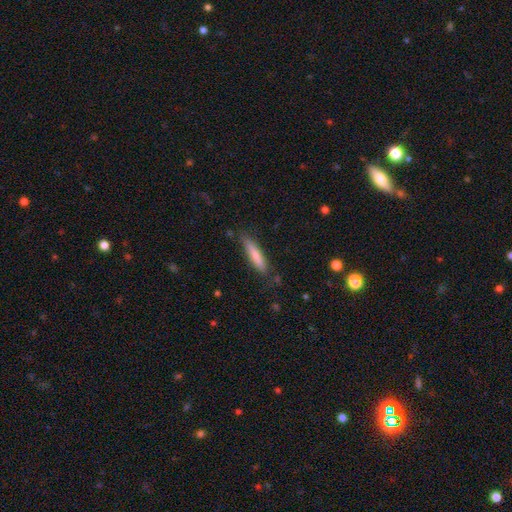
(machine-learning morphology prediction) A smooth galaxy with no disk features (75%) that is cigar-shaped (85%). Merging: none (79%).